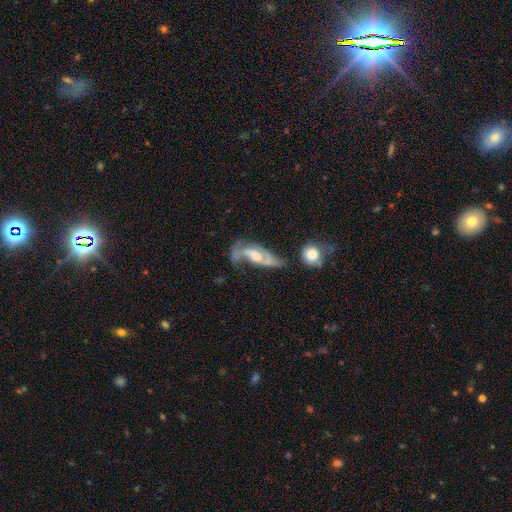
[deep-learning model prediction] smooth-or-featured: featured or disk: 71% | smooth: 21% | star or artifact: 8%
  disk-edge-on: no: 87% | yes: 13%
    bar: no: 46% | weak: 38% | strong: 16%
    has-spiral-arms: yes: 81% | no: 19%
      spiral-winding: loose: 55% | medium: 32% | tight: 13%
      spiral-arm-count: 2: 76% | can't tell: 11% | 1: 10% | 3: 2% | 4: 1% | more than 4: 1%
    bulge-size: moderate: 41% | small: 24% | large: 17% | none: 16% | dominant: 2%
  merging: major disturbance: 33% | none: 29% | minor disturbance: 20% | merger: 18%